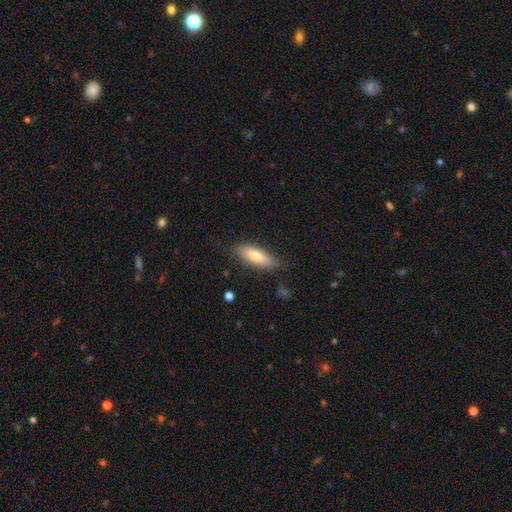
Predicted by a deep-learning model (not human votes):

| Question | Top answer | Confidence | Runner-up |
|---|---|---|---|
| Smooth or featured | smooth | 70% | featured or disk (24%) |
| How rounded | in between | 56% | cigar-shaped (42%) |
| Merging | none | 81% | minor disturbance (15%) |